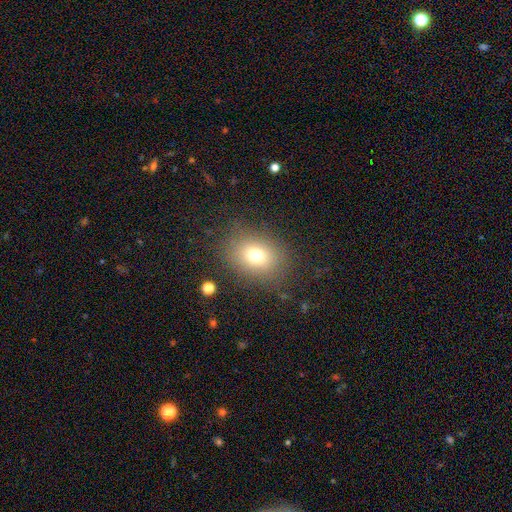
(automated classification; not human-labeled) The model was most divided on "how rounded": in between: 51%, round: 48%, cigar-shaped: 1%. More confident: merging — none (81%); smooth or featured — smooth (72%).